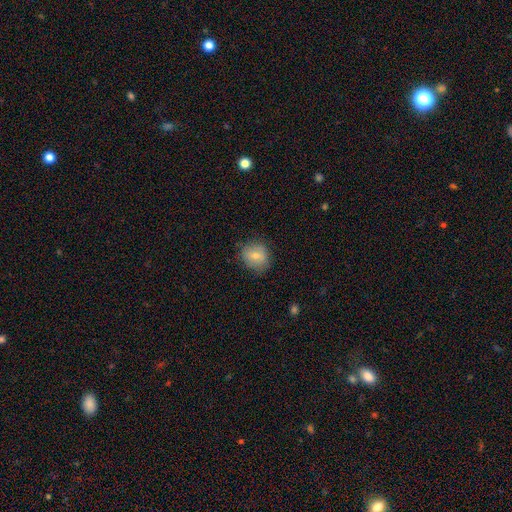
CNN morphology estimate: smooth 72%, featured or disk 20%, star or artifact 9%. Down the decision tree: how rounded — round (75%); merging — none (77%).